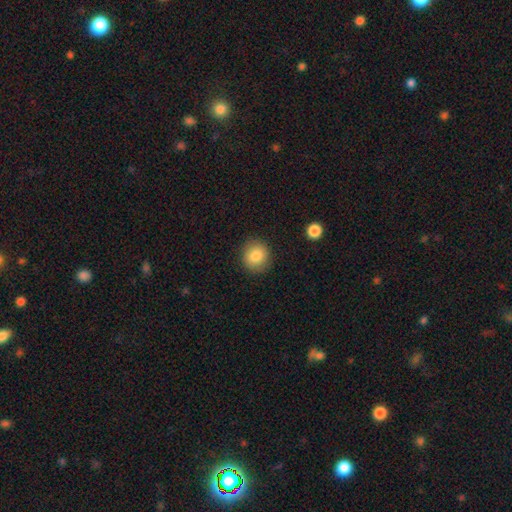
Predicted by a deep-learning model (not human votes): A smooth galaxy with no disk features (84%) that is round (87%).

Vote fractions:
- Smooth or featured? smooth: 84% / star or artifact: 9% / featured or disk: 7%
- How rounded? round: 87% / in between: 12% / cigar-shaped: 1%
- Merging? none: 88% / minor disturbance: 8% / major disturbance: 2% / merger: 1%